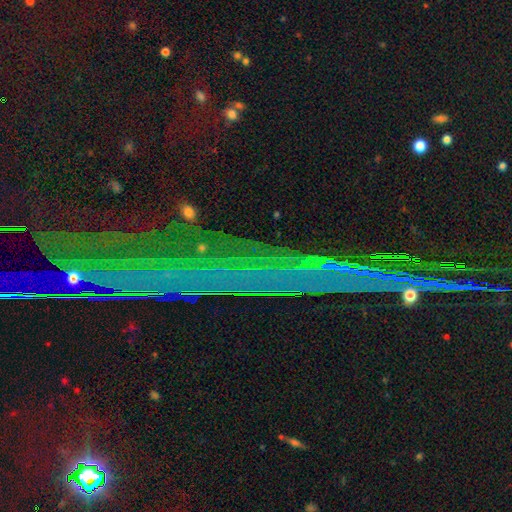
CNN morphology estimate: type=star or artifact (85%).